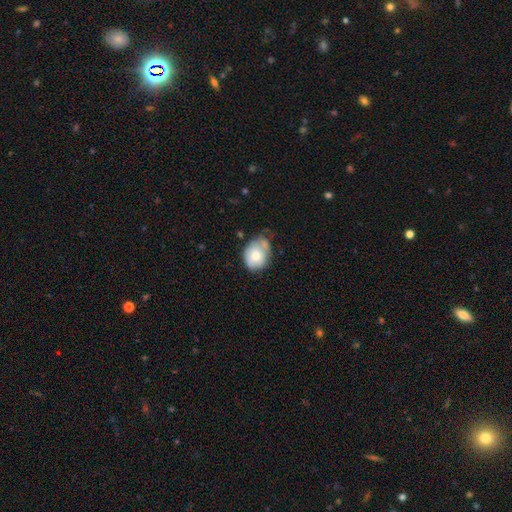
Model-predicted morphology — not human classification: type=smooth (68%); roundness=in between (51%); merging=minor disturbance (40%).